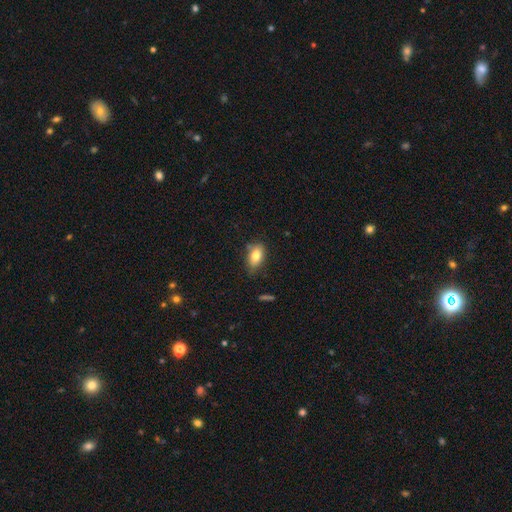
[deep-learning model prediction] Smooth or featured: smooth — 79% (featured or disk — 13%)
How rounded: in between — 88% (round — 9%)
Merging: none — 71% (minor disturbance — 22%)